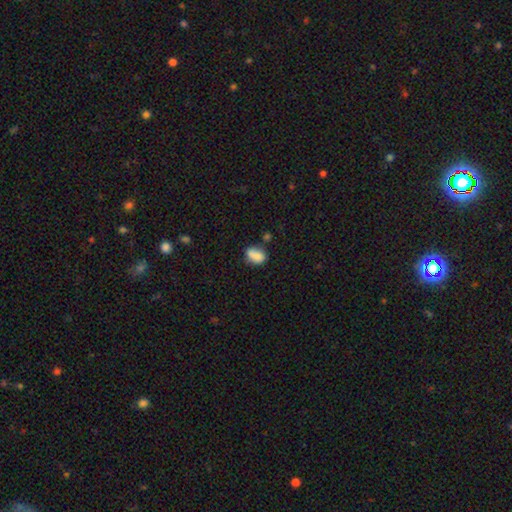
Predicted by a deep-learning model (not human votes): This is clearly a smooth galaxy (82%). How rounded: likely in between (77%). Merging: possibly none (53%).